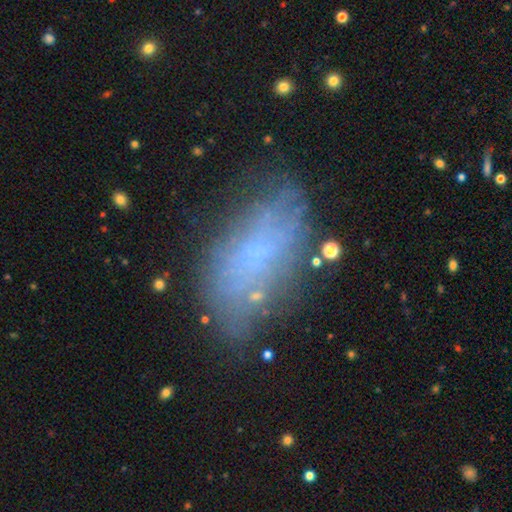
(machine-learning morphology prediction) Q: Smooth or featured?
A: smooth (48%); runner-up: featured or disk (38%)
Q: Merging?
A: none (64%); runner-up: minor disturbance (21%)